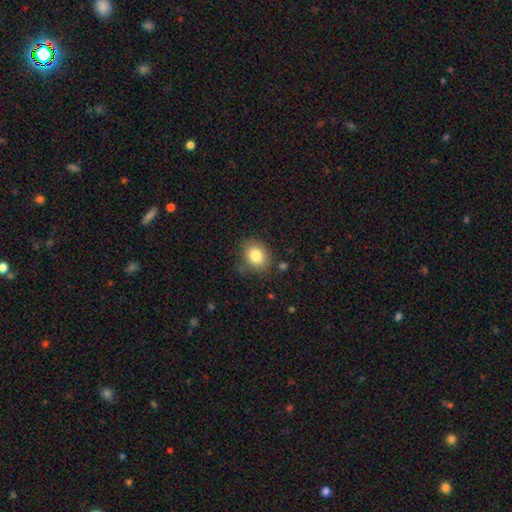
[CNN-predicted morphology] smooth_or_featured: smooth (p=0.83) [alt: star or artifact p=0.09]
how_rounded: in between (p=0.56) [alt: round p=0.43]
merging: none (p=0.80) [alt: minor disturbance p=0.14]